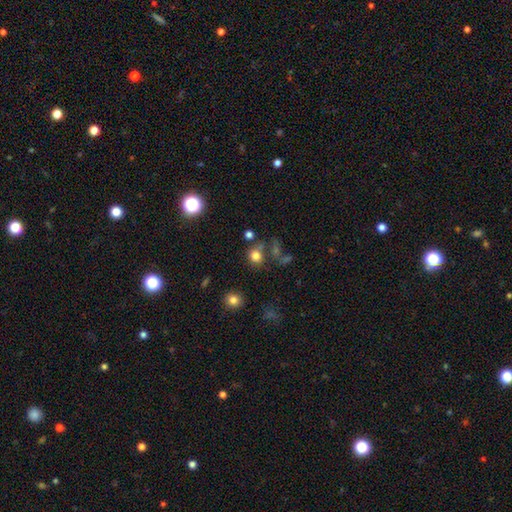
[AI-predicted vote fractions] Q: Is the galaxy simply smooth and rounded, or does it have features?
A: smooth — 77%.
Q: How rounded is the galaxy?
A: round — 81%.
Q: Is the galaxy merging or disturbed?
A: none — 61%.